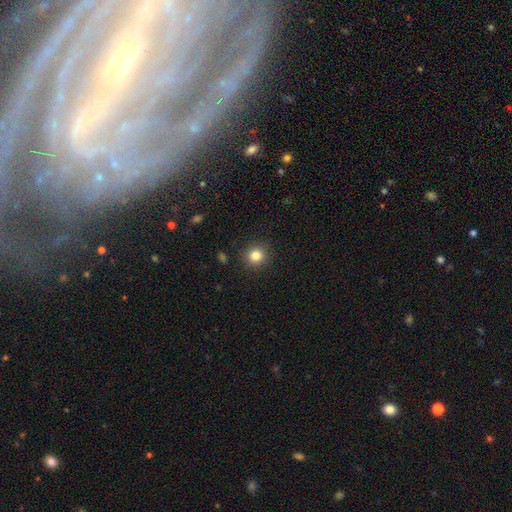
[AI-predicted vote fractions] A smooth galaxy with no disk features (83%) that is round (92%). Merging: none (91%).